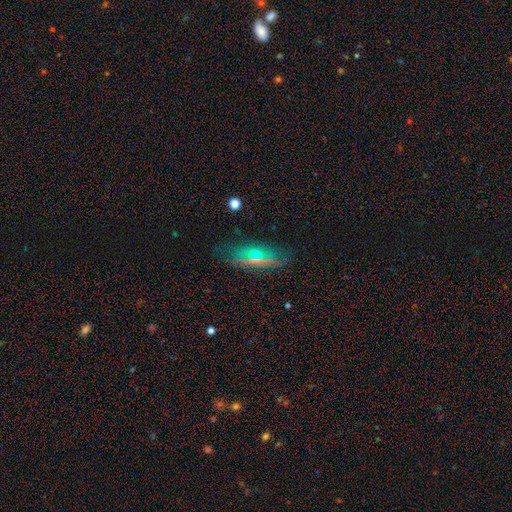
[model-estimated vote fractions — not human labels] The model was most divided on "smooth or featured": featured or disk: 40%, smooth: 38%, star or artifact: 22%. More confident: merging — none (71%).